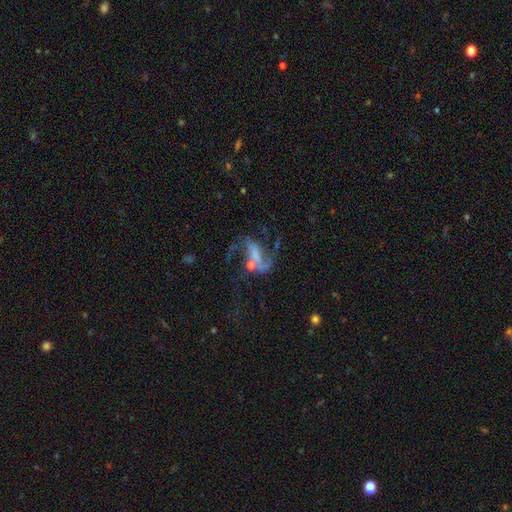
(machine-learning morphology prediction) Smooth or featured: featured or disk — 77% (star or artifact — 12%)
Edge-on disk: no — 96% (yes — 4%)
Bar: weak — 38% (no — 32%)
Spiral arms: yes — 87% (no — 13%)
Spiral winding: loose — 70% (medium — 25%)
Spiral arm count: 2 — 80% (1 — 7%)
Bulge size: none — 33% (small — 30%)
Merging: none — 37% (major disturbance — 30%)